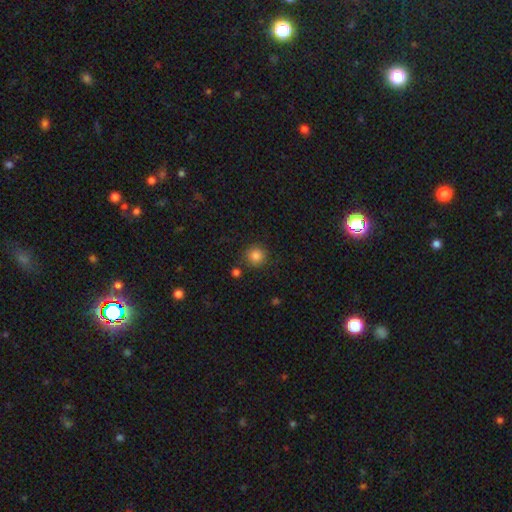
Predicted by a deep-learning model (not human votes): Q: Smooth or featured?
A: smooth (84%); runner-up: star or artifact (11%)
Q: How rounded?
A: round (93%); runner-up: in between (6%)
Q: Merging?
A: none (84%); runner-up: minor disturbance (9%)